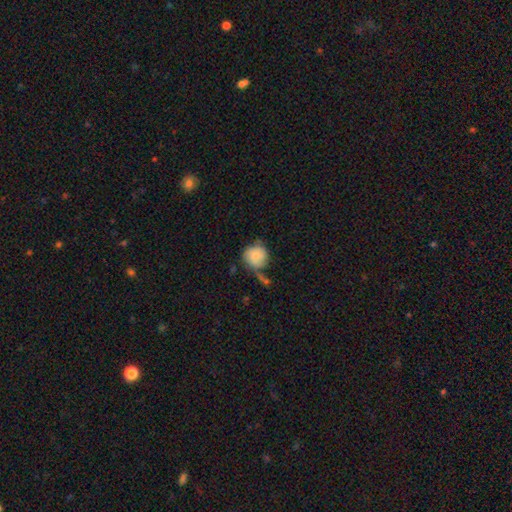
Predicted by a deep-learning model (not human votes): The model was most divided on "merging": none: 42%, minor disturbance: 32%, major disturbance: 14%, merger: 12%. More confident: how rounded — round (85%); smooth or featured — smooth (75%).